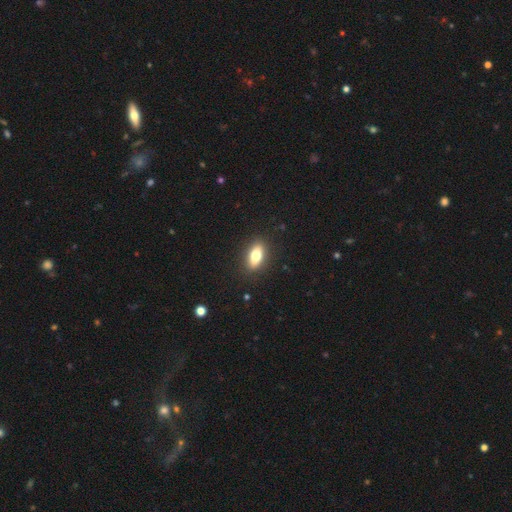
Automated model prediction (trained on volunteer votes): Q: Smooth or featured?
A: smooth (73%); runner-up: featured or disk (19%)
Q: How rounded?
A: in between (81%); runner-up: cigar-shaped (13%)
Q: Merging?
A: none (88%); runner-up: minor disturbance (8%)